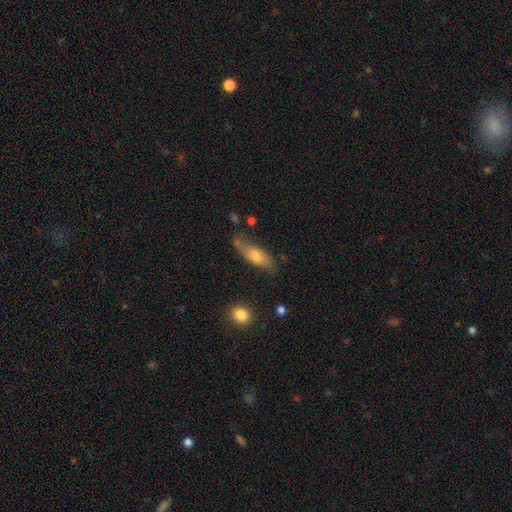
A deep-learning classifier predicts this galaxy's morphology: This appears to be a smooth galaxy with no disk features (60%) that is in between round and cigar-shaped (63%). Merging: none (57%).